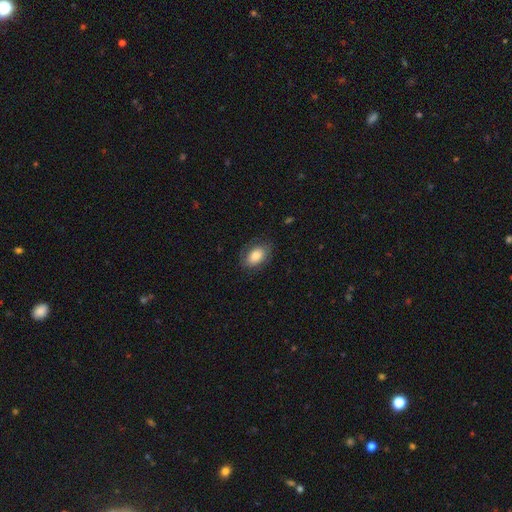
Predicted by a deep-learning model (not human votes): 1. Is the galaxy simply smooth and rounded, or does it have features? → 75% smooth, 18% featured or disk, 7% star or artifact.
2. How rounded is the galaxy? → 87% in between, 12% round, 1% cigar-shaped.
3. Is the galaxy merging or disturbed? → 74% none, 18% minor disturbance, 7% major disturbance, 1% merger.